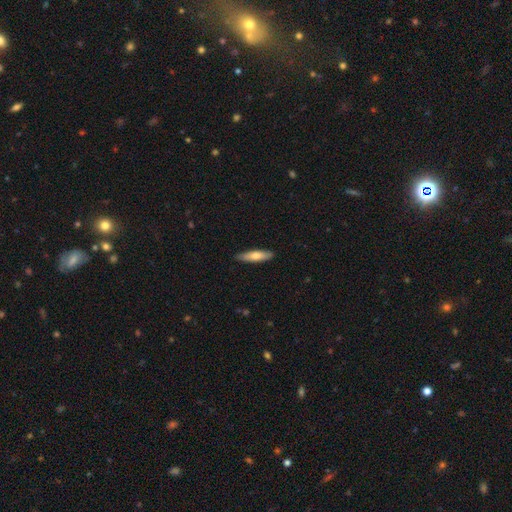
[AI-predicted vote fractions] A smooth galaxy with no disk features (69%) that is cigar-shaped (74%).

Vote fractions:
- Smooth or featured? smooth: 69% / featured or disk: 25% / star or artifact: 5%
- How rounded? cigar-shaped: 74% / in between: 25% / round: 2%
- Merging? none: 88% / minor disturbance: 9% / major disturbance: 2% / merger: 1%